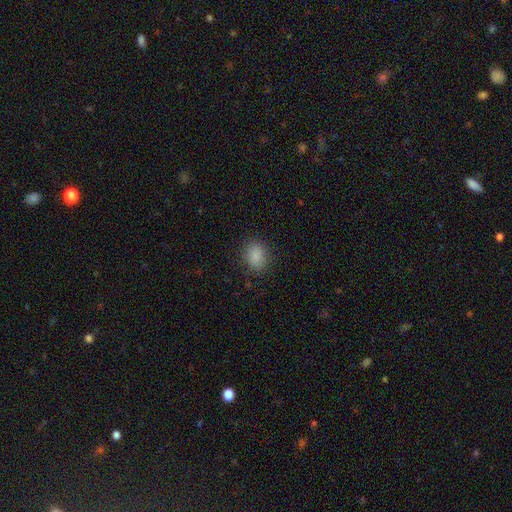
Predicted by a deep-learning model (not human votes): smooth 87%, star or artifact 10%, featured or disk 4%. Down the decision tree: how rounded — in between (51%); merging — none (85%).